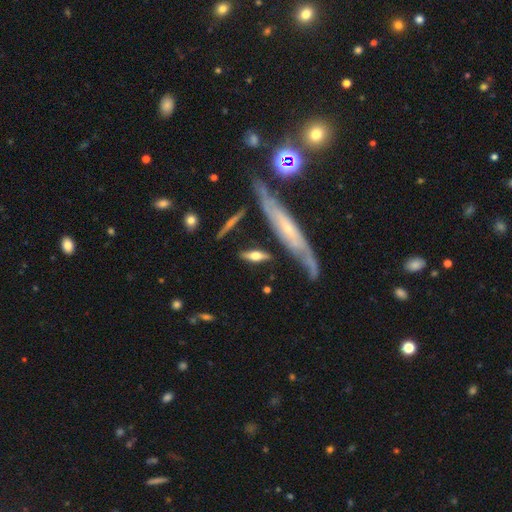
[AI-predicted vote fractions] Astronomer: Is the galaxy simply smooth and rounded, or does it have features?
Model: featured or disk — 47% (runner-up: smooth, 46%).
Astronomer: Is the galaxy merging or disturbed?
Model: none — 72%.